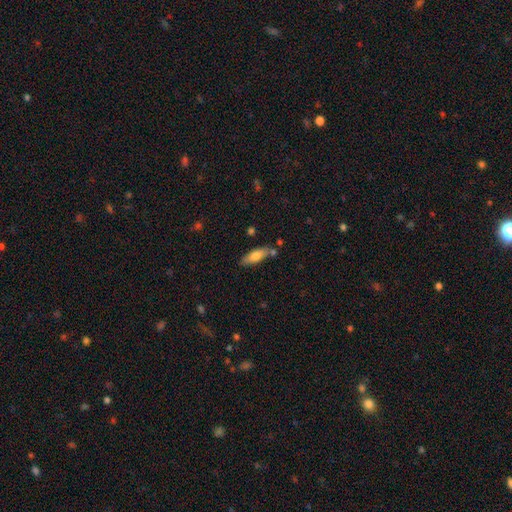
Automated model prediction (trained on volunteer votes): A smooth galaxy with no disk features (73%) that is in between round and cigar-shaped (55%). Merging: none (74%).